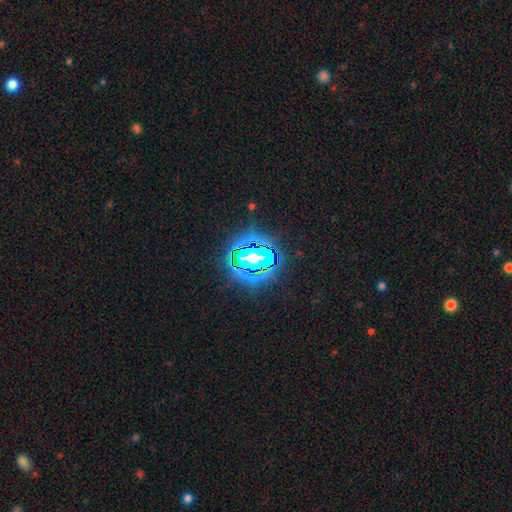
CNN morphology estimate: This is likely a star or artifact rather than a galaxy (65%).